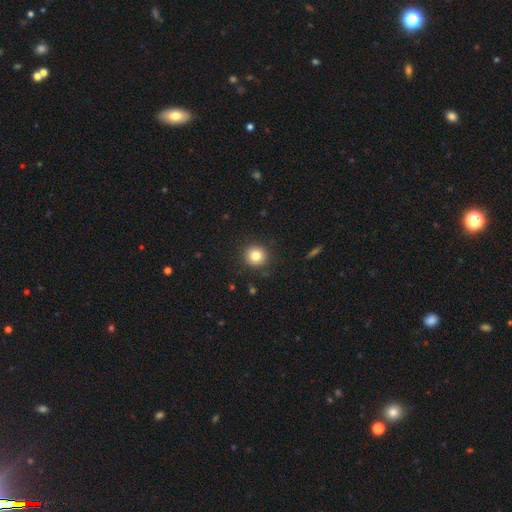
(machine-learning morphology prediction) Smooth or featured? smooth (81%)
How rounded? round (93%)
Merging? none (89%)